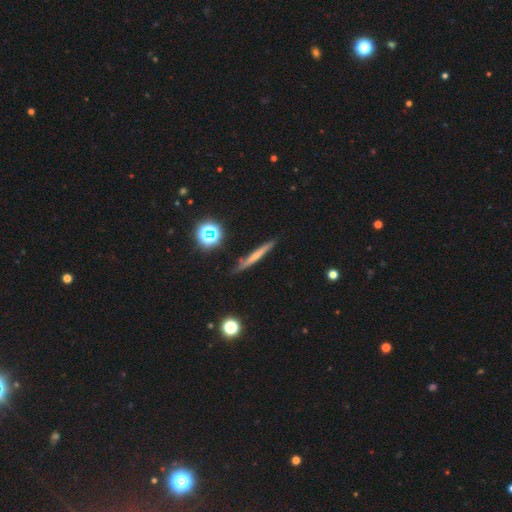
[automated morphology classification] Smooth or featured?
  - smooth: 47% *
  - featured or disk: 41%
  - star or artifact: 12%
Merging?
  - none: 83% *
  - minor disturbance: 12%
  - major disturbance: 2%
  - merger: 2%